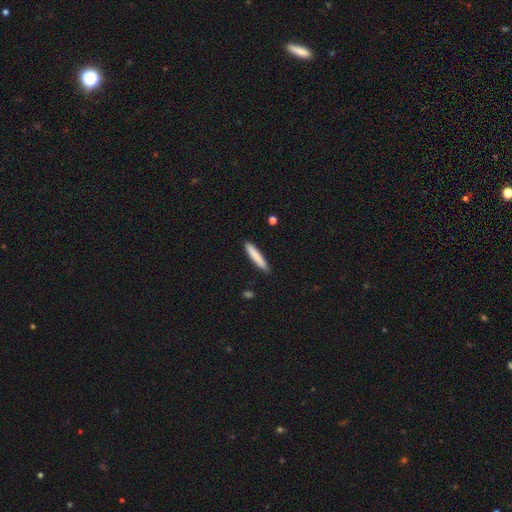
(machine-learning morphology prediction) This is clearly a smooth galaxy (84%). How rounded: clearly cigar-shaped (91%). Merging: clearly none (89%).